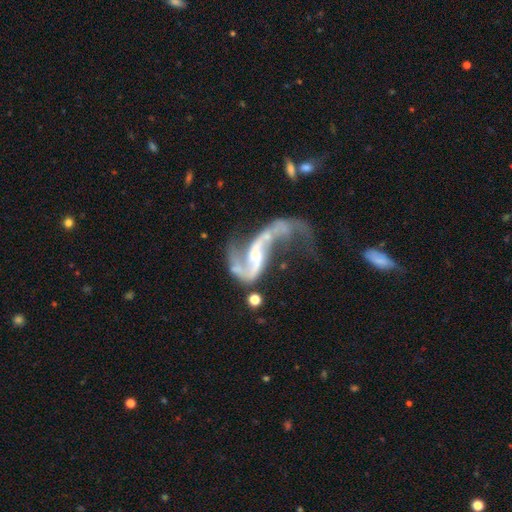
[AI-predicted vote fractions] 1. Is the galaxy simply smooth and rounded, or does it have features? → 88% featured or disk, 7% star or artifact, 5% smooth.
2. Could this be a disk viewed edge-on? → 97% no, 3% yes.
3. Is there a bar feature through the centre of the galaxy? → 39% weak, 37% no, 24% strong.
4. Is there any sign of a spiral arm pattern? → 93% yes, 7% no.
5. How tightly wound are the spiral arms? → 81% loose, 15% medium, 4% tight.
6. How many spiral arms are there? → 85% 2, 7% 1, 3% can't tell, 2% 3, 1% 4, 1% more than 4.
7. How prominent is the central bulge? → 56% small, 26% moderate, 14% none, 3% large, 1% dominant.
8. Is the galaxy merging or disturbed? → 41% major disturbance, 25% none, 20% merger, 14% minor disturbance.